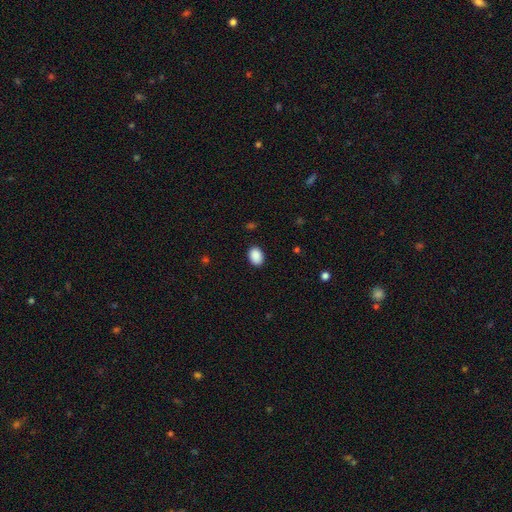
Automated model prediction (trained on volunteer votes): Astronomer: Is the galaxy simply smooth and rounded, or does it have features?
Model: smooth — 90%.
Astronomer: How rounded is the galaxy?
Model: in between — 74%.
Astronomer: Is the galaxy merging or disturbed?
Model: none — 89%.